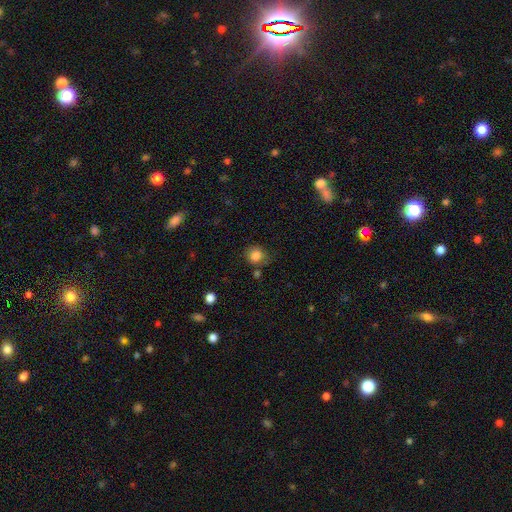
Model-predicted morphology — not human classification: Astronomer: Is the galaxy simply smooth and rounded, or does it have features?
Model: smooth — 84%.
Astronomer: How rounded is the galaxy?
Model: round — 83%.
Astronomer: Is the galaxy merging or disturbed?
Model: none — 73%.